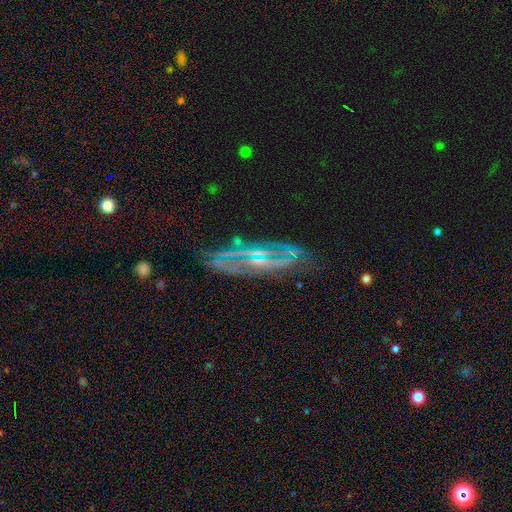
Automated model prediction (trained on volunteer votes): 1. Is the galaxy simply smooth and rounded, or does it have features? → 72% featured or disk, 15% smooth, 13% star or artifact.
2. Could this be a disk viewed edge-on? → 71% no, 29% yes.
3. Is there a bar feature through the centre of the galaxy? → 52% no, 35% weak, 13% strong.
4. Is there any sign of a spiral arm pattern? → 69% yes, 31% no.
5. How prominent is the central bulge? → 58% small, 21% moderate, 18% none, 2% large, 1% dominant.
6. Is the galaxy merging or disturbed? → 73% none, 16% minor disturbance, 8% major disturbance, 3% merger.